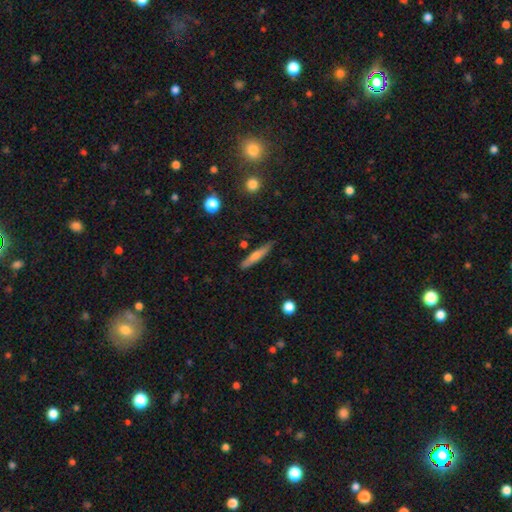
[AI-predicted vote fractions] Smooth or featured: smooth — 54% (featured or disk — 39%)
How rounded: cigar-shaped — 90% (in between — 8%)
Merging: none — 85% (minor disturbance — 10%)